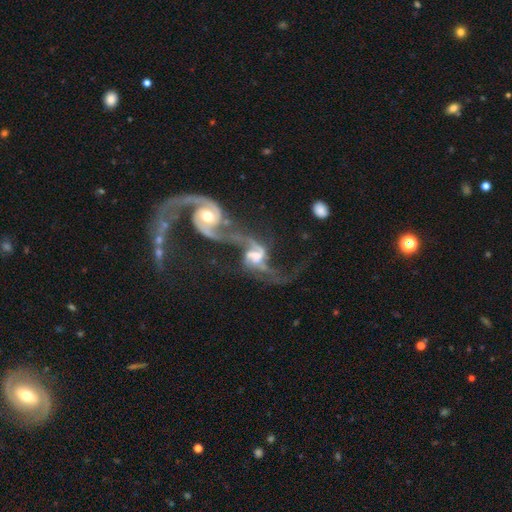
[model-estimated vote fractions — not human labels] featured or disk 84%, smooth 9%, star or artifact 8%. Down the decision tree: edge-on disk — no (96%); bar — weak (40%); spiral arms — yes (90%); spiral arm count — 2 (76%); spiral winding — loose (69%); bulge size — moderate (45%); merging — merger (69%).